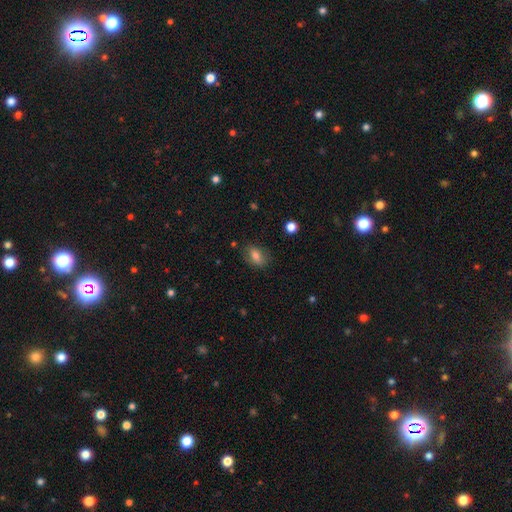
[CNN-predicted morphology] Overall: smooth (71%). How rounded: in between (79%). Merging: none (78%).